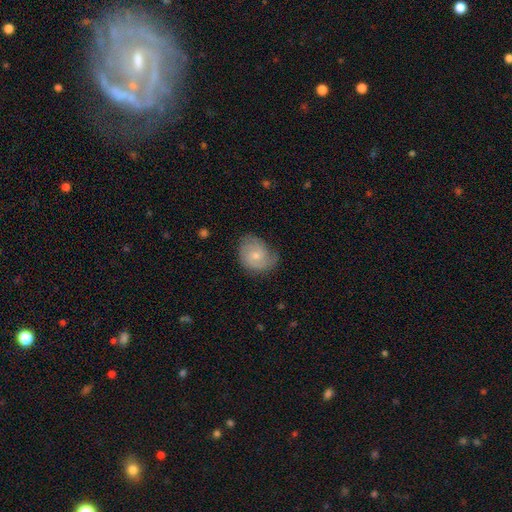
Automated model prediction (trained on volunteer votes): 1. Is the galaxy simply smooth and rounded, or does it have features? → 63% featured or disk, 31% smooth, 6% star or artifact.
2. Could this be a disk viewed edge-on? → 97% no, 3% yes.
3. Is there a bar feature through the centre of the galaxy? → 68% no, 28% weak, 3% strong.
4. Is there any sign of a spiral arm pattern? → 91% yes, 9% no.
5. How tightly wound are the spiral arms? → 51% tight, 38% medium, 12% loose.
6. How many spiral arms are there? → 47% 2, 22% can't tell, 18% 3, 6% 1, 3% 4, 3% more than 4.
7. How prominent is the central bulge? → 57% small, 39% moderate, 2% none, 1% large, 1% dominant.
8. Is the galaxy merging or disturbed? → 68% none, 24% minor disturbance, 7% major disturbance, 1% merger.